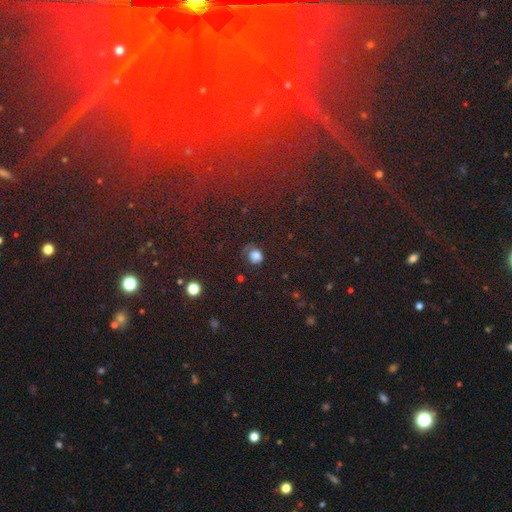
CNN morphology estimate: Smooth or featured?
  - smooth: 71% *
  - star or artifact: 16%
  - featured or disk: 13%
How rounded?
  - round: 64% *
  - in between: 35%
  - cigar-shaped: 1%
Merging?
  - none: 61% *
  - minor disturbance: 23%
  - major disturbance: 13%
  - merger: 3%